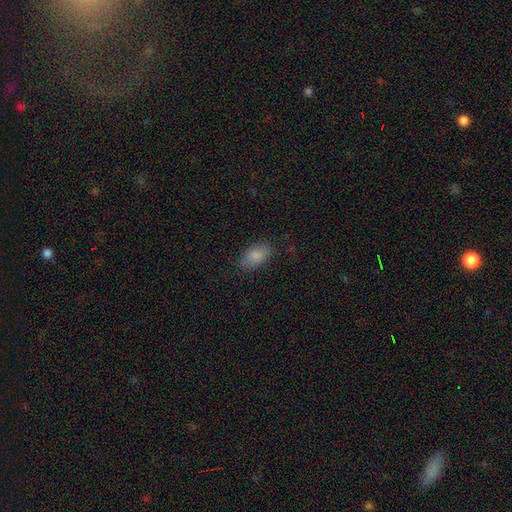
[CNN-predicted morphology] Overall: smooth (86%). How rounded: in between (92%). Merging: none (82%).